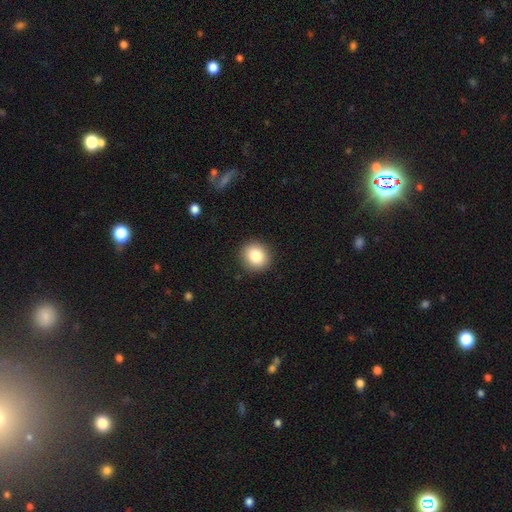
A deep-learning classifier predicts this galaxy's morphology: type=smooth (84%); roundness=round (84%); merging=none (90%).